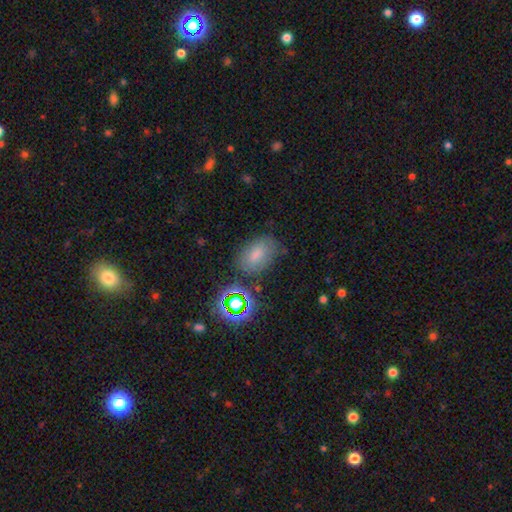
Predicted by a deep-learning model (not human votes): Smooth or featured? smooth (71%)
How rounded? in between (86%)
Merging? none (70%)